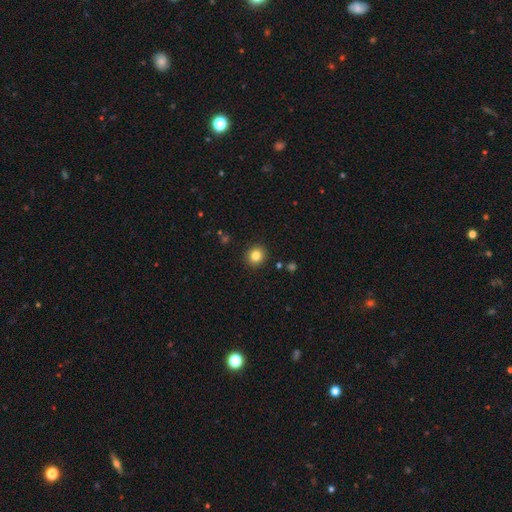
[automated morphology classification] smooth 82%, star or artifact 11%, featured or disk 6%. Down the decision tree: how rounded — round (90%); merging — none (91%).